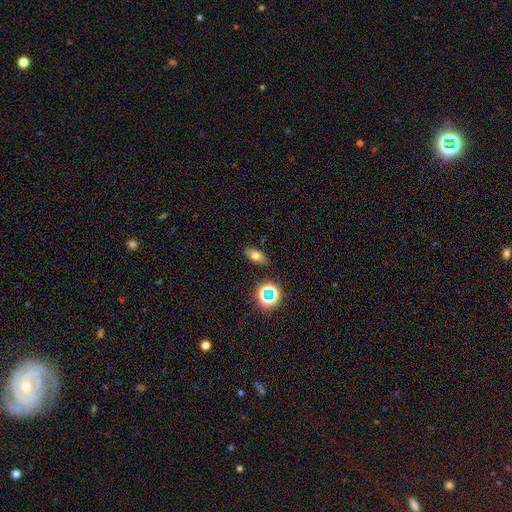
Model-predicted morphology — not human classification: Q: Smooth or featured?
A: smooth (66%); runner-up: star or artifact (17%)
Q: How rounded?
A: in between (82%); runner-up: round (10%)
Q: Merging?
A: none (86%); runner-up: minor disturbance (9%)